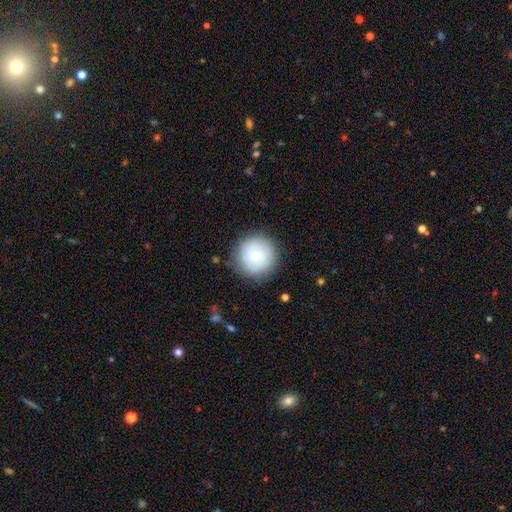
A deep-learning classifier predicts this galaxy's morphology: This is likely a smooth galaxy (74%). How rounded: clearly round (96%). Merging: clearly none (85%).